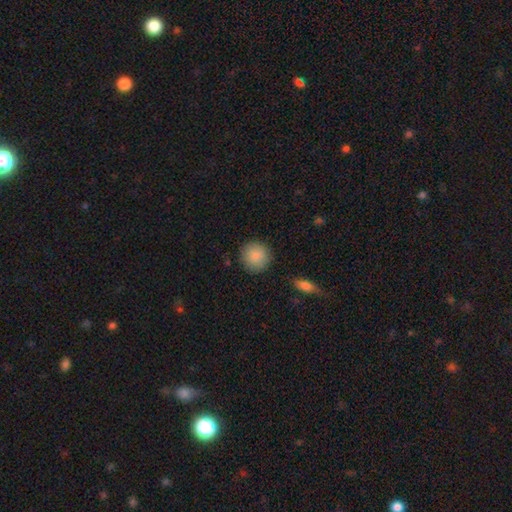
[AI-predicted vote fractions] Overall: smooth (88%). How rounded: round (93%). Merging: none (88%).